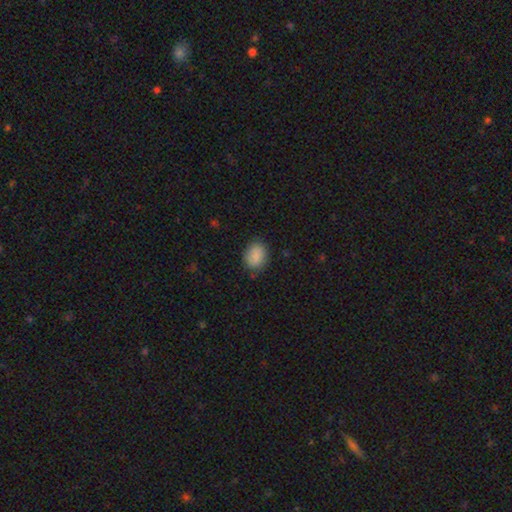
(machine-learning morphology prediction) Overall: smooth (87%). How rounded: in between (65%; round 33%). Merging: none (81%).